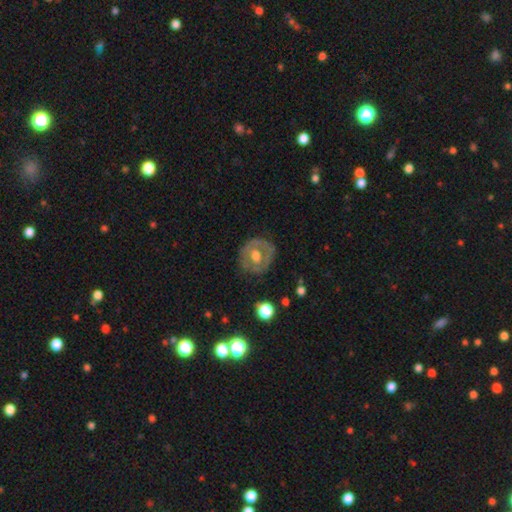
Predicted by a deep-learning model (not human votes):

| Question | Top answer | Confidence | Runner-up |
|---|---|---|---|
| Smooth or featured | featured or disk | 58% | smooth (35%) |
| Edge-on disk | no | 95% | yes (5%) |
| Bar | no | 67% | weak (26%) |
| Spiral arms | no | 75% | yes (25%) |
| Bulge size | moderate | 68% | large (20%) |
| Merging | none | 75% | minor disturbance (17%) |